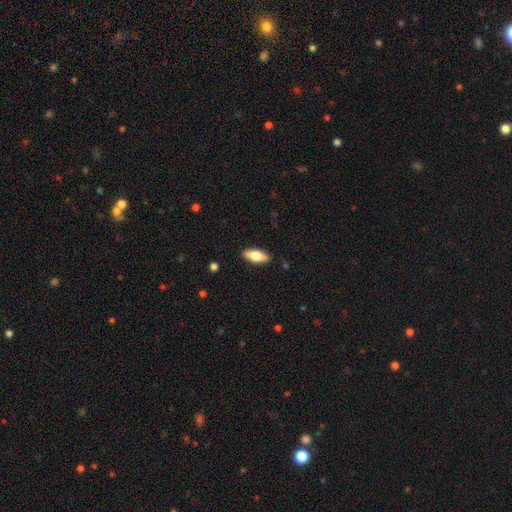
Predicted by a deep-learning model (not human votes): The model was most divided on "smooth or featured": smooth: 73%, featured or disk: 21%, star or artifact: 6%. More confident: merging — none (87%); how rounded — in between (81%).